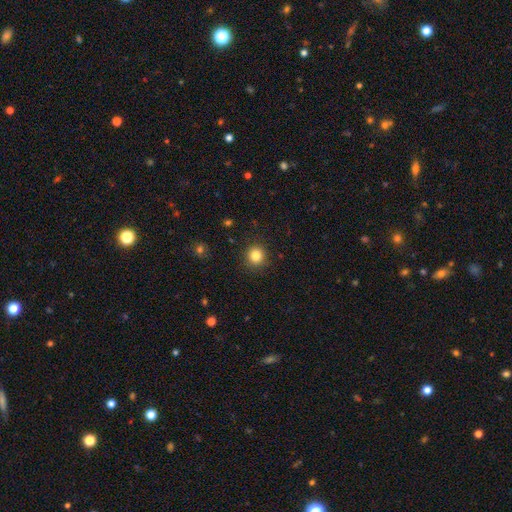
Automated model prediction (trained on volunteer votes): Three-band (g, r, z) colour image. It shows a smooth galaxy with no disk features (83%) that is round (93%). Merging: none (90%).